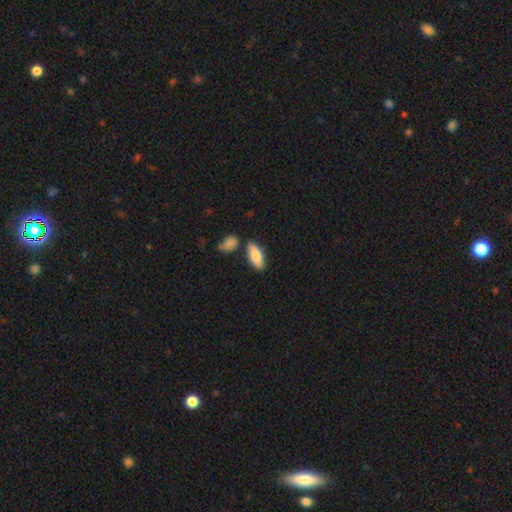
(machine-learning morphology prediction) The model was most divided on "merging": none: 74%, minor disturbance: 13%, merger: 10%, major disturbance: 3%. More confident: smooth or featured — smooth (84%); how rounded — in between (82%).